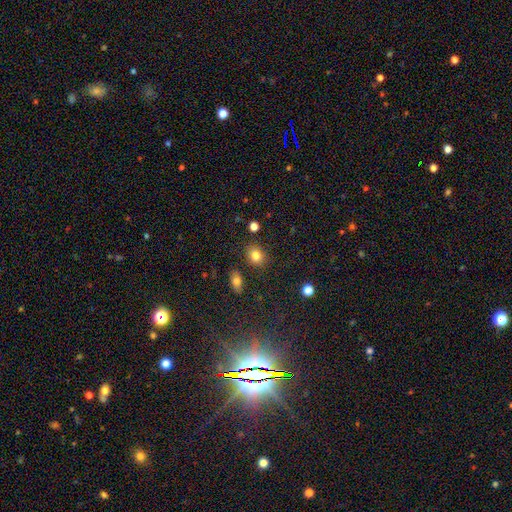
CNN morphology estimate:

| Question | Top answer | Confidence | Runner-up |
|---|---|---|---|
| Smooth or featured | smooth | 82% | star or artifact (10%) |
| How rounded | in between | 50% | round (49%) |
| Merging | none | 83% | minor disturbance (10%) |